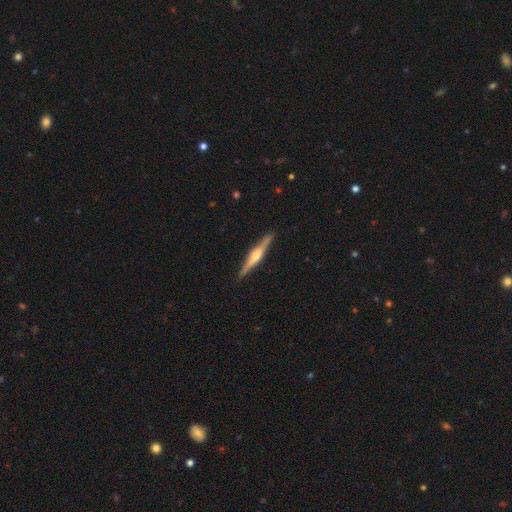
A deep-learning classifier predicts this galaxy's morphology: smooth-or-featured: featured or disk: 76% | smooth: 19% | star or artifact: 5%
  disk-edge-on: yes: 98% | no: 2%
    edge-on-bulge: rounded: 73% | boxy: 20% | none: 7%
  merging: none: 90% | minor disturbance: 8% | major disturbance: 1% | merger: 1%